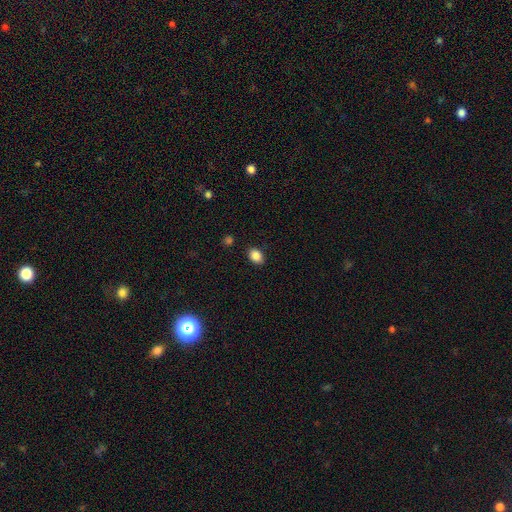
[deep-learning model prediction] smooth 86%, star or artifact 10%, featured or disk 5%. Down the decision tree: how rounded — in between (71%); merging — none (87%).